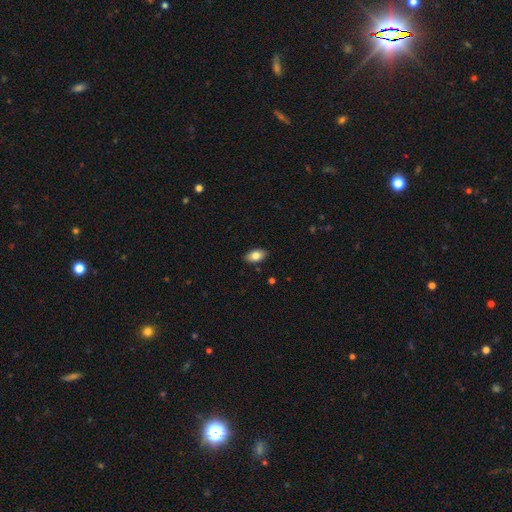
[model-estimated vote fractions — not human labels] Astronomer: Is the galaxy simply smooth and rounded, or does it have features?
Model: smooth — 82%.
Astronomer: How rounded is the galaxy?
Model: in between — 92%.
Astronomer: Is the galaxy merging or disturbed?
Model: none — 88%.